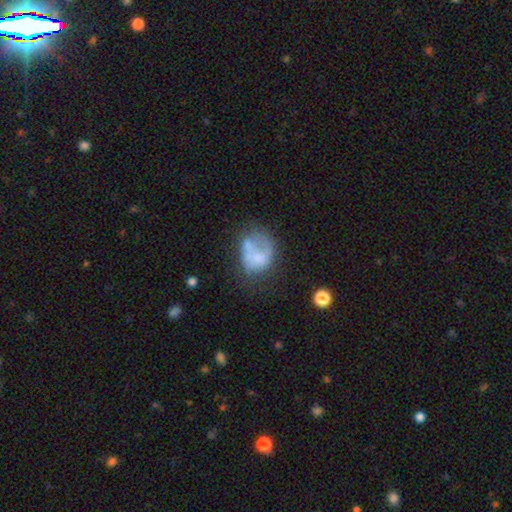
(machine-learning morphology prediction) A smooth galaxy with no disk features (48%).

Vote fractions:
- Smooth or featured? smooth: 48% / featured or disk: 42% / star or artifact: 10%
- Merging? major disturbance: 32% / none: 30% / minor disturbance: 24% / merger: 14%